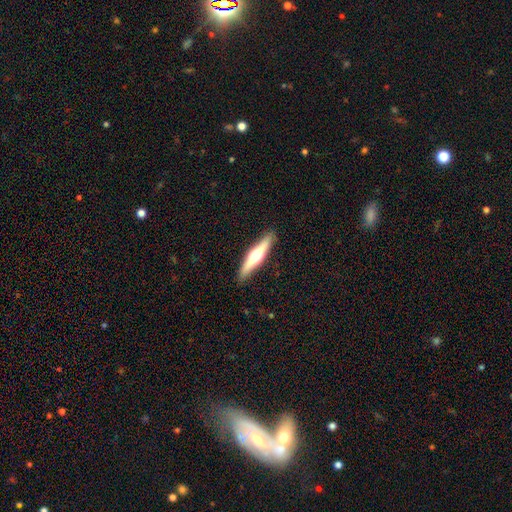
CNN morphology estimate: Smooth or featured?
  - featured or disk: 59% *
  - smooth: 36%
  - star or artifact: 5%
Edge-on disk?
  - yes: 96% *
  - no: 4%
Edge-on bulge?
  - rounded: 91% *
  - boxy: 5%
  - none: 4%
Merging?
  - none: 90% *
  - minor disturbance: 8%
  - major disturbance: 2%
  - merger: 1%